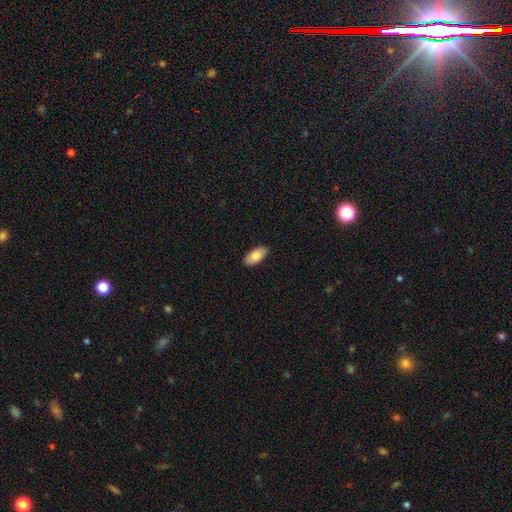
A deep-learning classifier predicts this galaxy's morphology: Smooth or featured? Predicted: smooth (p=0.82). How rounded? Predicted: in between (p=0.94). Merging? Predicted: none (p=0.90).